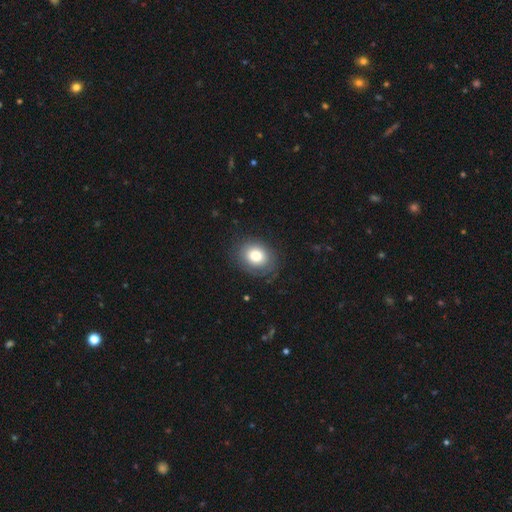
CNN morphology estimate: The model was most divided on "how rounded": in between: 50%, round: 49%, cigar-shaped: 1%. More confident: merging — none (79%); smooth or featured — smooth (77%).